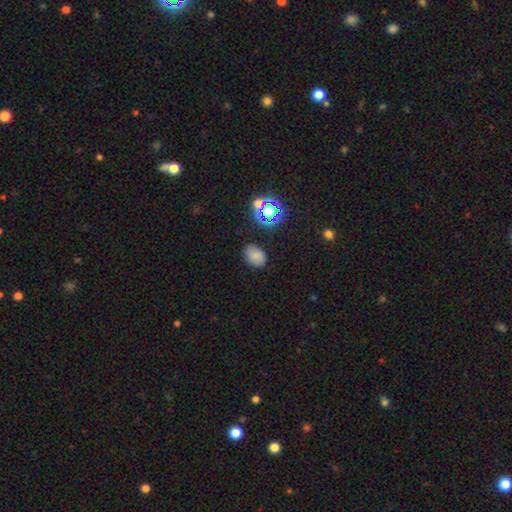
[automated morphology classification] A smooth galaxy with no disk features (77%) that is in between round and cigar-shaped (70%). Merging: none (82%).